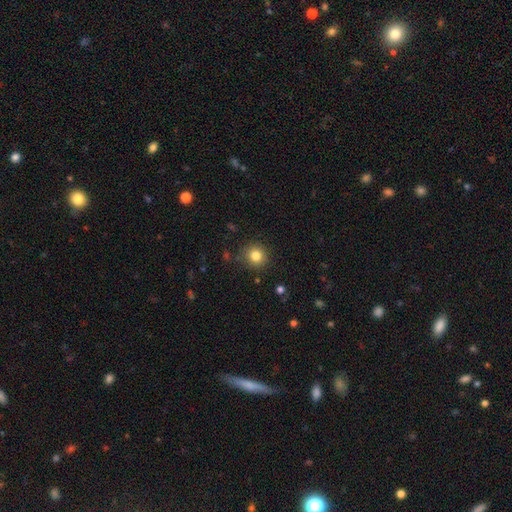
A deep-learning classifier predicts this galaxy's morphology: Smooth or featured: smooth — 82% (star or artifact — 11%)
How rounded: round — 91% (in between — 8%)
Merging: none — 87% (minor disturbance — 8%)